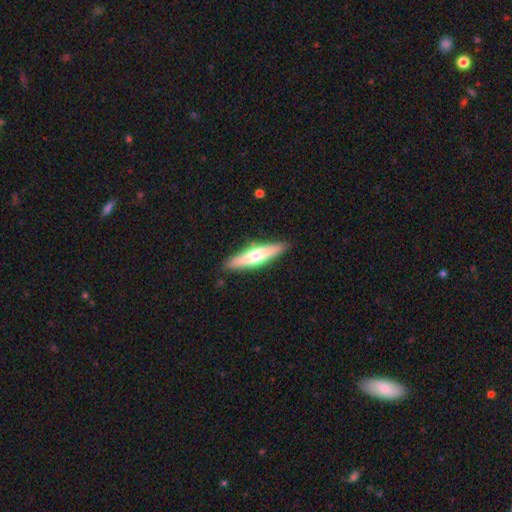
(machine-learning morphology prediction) Q: Smooth or featured?
A: smooth (51%); runner-up: featured or disk (44%)
Q: How rounded?
A: cigar-shaped (79%); runner-up: in between (19%)
Q: Merging?
A: none (88%); runner-up: minor disturbance (8%)